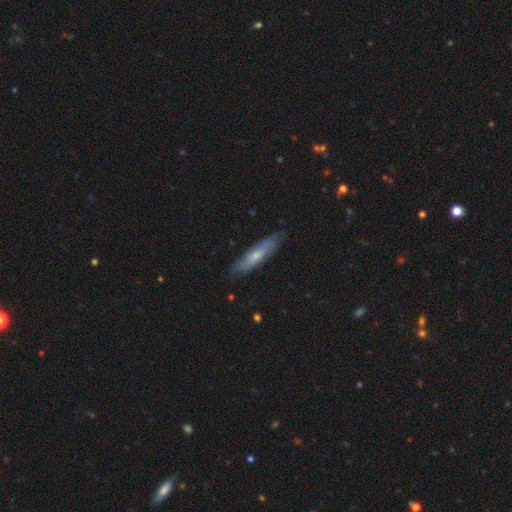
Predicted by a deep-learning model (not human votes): A smooth galaxy with no disk features (54%) that is cigar-shaped (79%).

Vote fractions:
- Smooth or featured? smooth: 54% / featured or disk: 41% / star or artifact: 6%
- How rounded? cigar-shaped: 79% / in between: 19% / round: 2%
- Merging? none: 82% / minor disturbance: 15% / major disturbance: 3% / merger: 1%